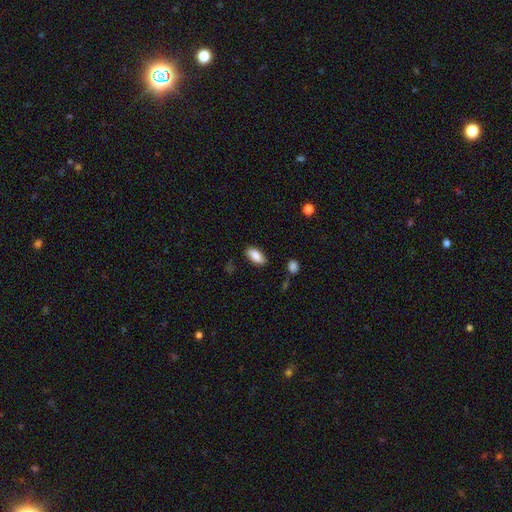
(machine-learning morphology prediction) Smooth or featured?
  - smooth: 86% *
  - featured or disk: 7%
  - star or artifact: 7%
How rounded?
  - in between: 90% *
  - cigar-shaped: 8%
  - round: 3%
Merging?
  - none: 83% *
  - minor disturbance: 13%
  - major disturbance: 3%
  - merger: 2%